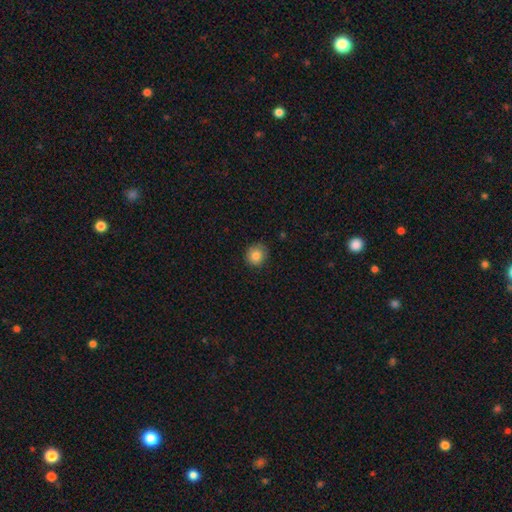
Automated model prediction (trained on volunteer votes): A smooth galaxy with no disk features (84%) that is round (90%).

Vote fractions:
- Smooth or featured? smooth: 84% / star or artifact: 10% / featured or disk: 6%
- How rounded? round: 90% / in between: 9% / cigar-shaped: 1%
- Merging? none: 86% / minor disturbance: 11% / major disturbance: 2% / merger: 1%